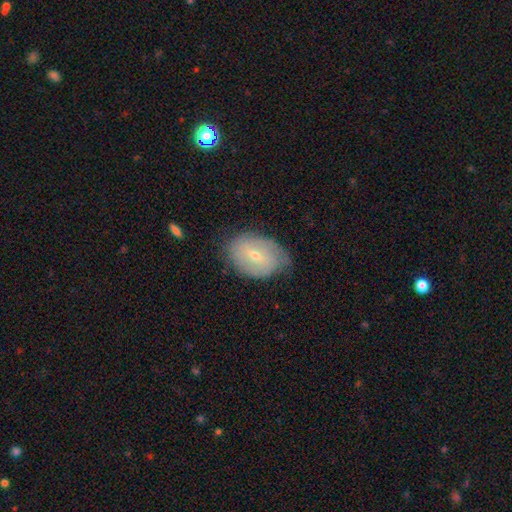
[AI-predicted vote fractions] This appears to be a featured or disk galaxy (48%). Merging: none (63%).